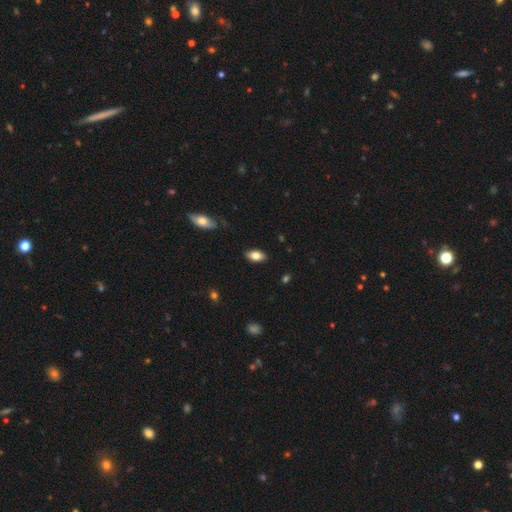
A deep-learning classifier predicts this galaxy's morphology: The model was most divided on "smooth or featured": smooth: 77%, featured or disk: 16%, star or artifact: 7%. More confident: how rounded — in between (90%); merging — none (87%).